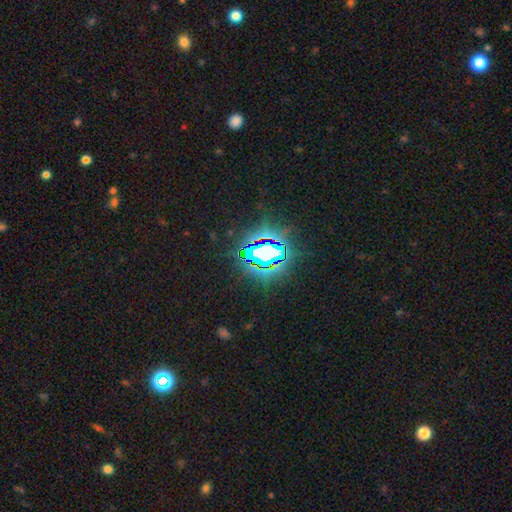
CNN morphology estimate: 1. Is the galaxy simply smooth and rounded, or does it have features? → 79% star or artifact, 12% smooth, 9% featured or disk.